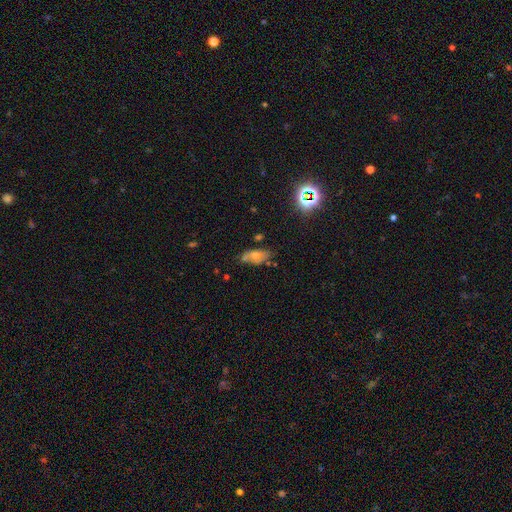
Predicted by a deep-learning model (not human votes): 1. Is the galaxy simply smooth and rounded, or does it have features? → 45% smooth, 35% featured or disk, 19% star or artifact.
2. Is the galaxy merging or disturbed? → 62% none, 26% minor disturbance, 7% major disturbance, 6% merger.